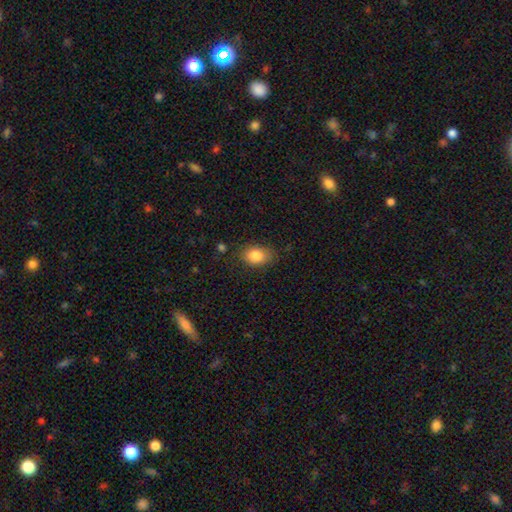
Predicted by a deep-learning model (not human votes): A smooth galaxy with no disk features (84%) that is in between round and cigar-shaped (79%). Merging: none (80%).